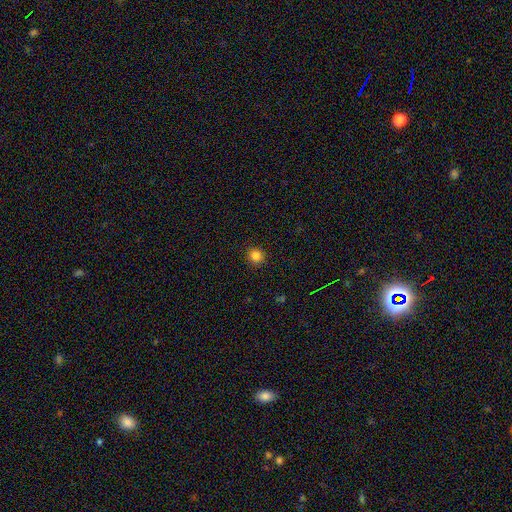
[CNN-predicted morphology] Overall: smooth (84%). How rounded: round (92%). Merging: none (92%).